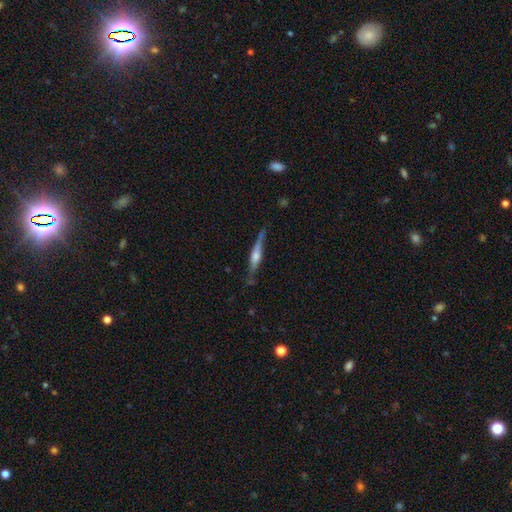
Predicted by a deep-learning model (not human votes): smooth-or-featured: featured or disk: 69% | smooth: 25% | star or artifact: 6%
  disk-edge-on: yes: 96% | no: 4%
    edge-on-bulge: rounded: 78% | boxy: 14% | none: 7%
  merging: none: 74% | minor disturbance: 19% | major disturbance: 4% | merger: 3%